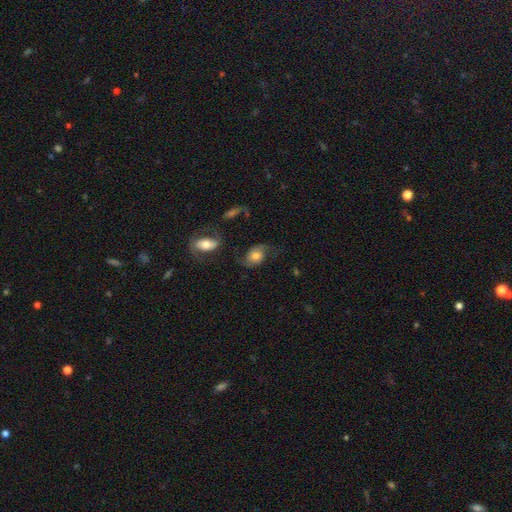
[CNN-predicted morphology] smooth_or_featured: featured or disk (p=0.52) [alt: smooth p=0.38]
disk_edge_on: no (p=0.96) [alt: yes p=0.04]
bar: no (p=0.69) [alt: weak p=0.25]
has_spiral_arms: yes (p=0.88) [alt: no p=0.12]
bulge_size: moderate (p=0.55) [alt: large p=0.22]
merging: none (p=0.54) [alt: minor disturbance p=0.21]